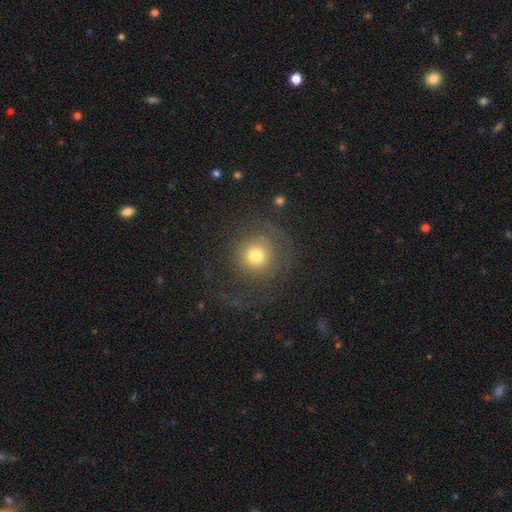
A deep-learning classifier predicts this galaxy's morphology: The model was most divided on "smooth or featured": smooth: 63%, featured or disk: 22%, star or artifact: 14%. More confident: how rounded — round (92%); merging — none (64%).